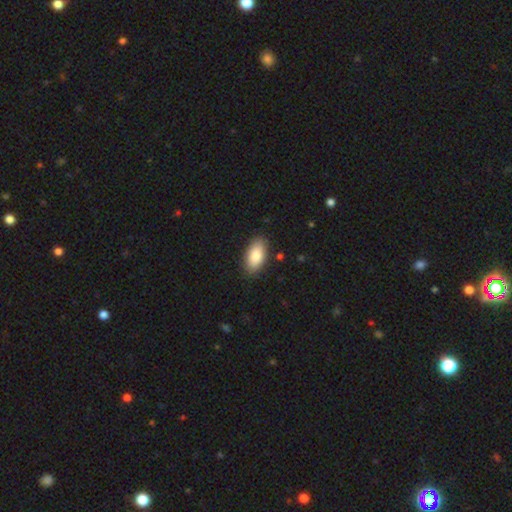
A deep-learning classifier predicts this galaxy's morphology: Smooth or featured?
  - smooth: 85% *
  - featured or disk: 9%
  - star or artifact: 6%
How rounded?
  - in between: 93% *
  - cigar-shaped: 4%
  - round: 3%
Merging?
  - none: 87% *
  - minor disturbance: 10%
  - major disturbance: 2%
  - merger: 1%